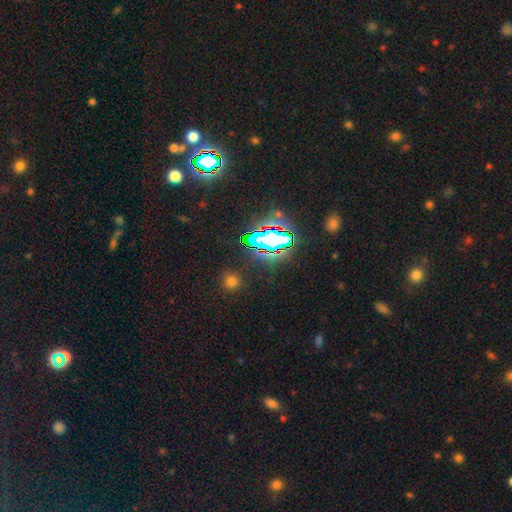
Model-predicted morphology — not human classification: Smooth or featured? star or artifact (80%)